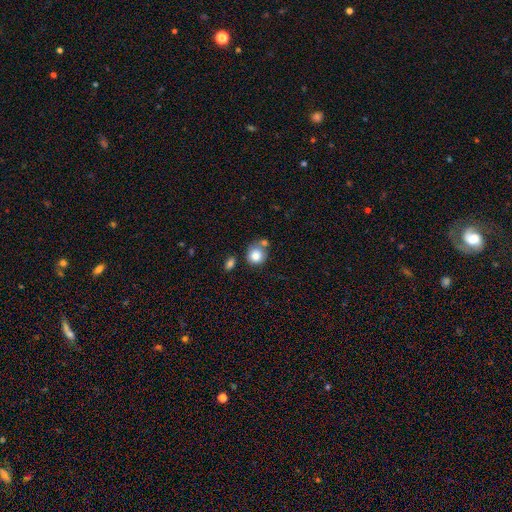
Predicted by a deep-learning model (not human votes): Smooth or featured? smooth (81%)
How rounded? round (86%)
Merging? none (54%)